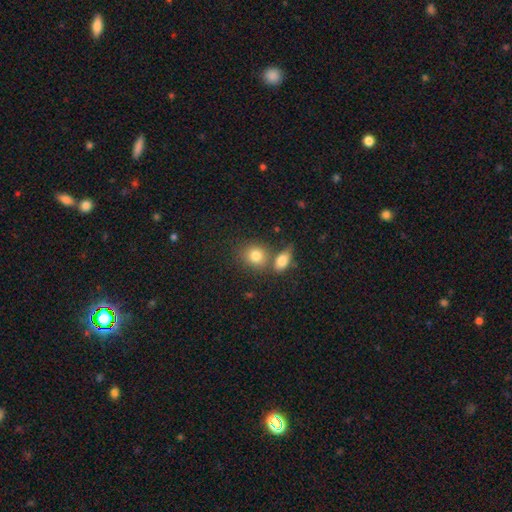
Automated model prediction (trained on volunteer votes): Overall: smooth (81%). How rounded: round (67%; in between 31%). Merging: none (53%; merger 32%).